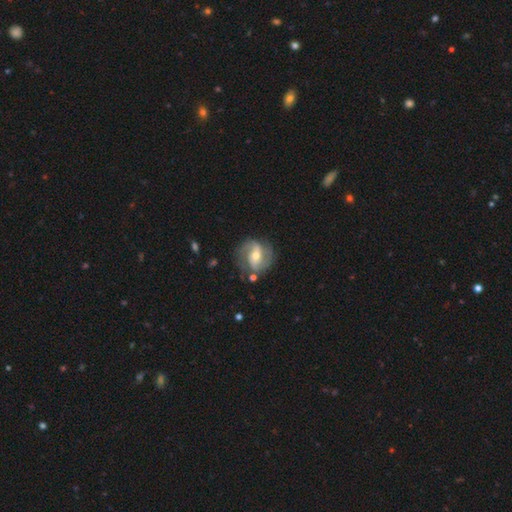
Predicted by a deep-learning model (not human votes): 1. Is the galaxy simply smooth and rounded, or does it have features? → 81% featured or disk, 13% smooth, 6% star or artifact.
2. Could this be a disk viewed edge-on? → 97% no, 3% yes.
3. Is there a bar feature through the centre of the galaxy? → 42% weak, 31% no, 27% strong.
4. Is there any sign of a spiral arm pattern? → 93% yes, 7% no.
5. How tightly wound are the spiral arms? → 48% medium, 28% tight, 24% loose.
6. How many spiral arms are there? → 80% 2, 8% can't tell, 6% 3, 3% 1, 1% 4, 1% more than 4.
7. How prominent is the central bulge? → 59% moderate, 36% small, 3% large, 1% none, 1% dominant.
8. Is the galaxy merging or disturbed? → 70% none, 18% minor disturbance, 9% major disturbance, 4% merger.